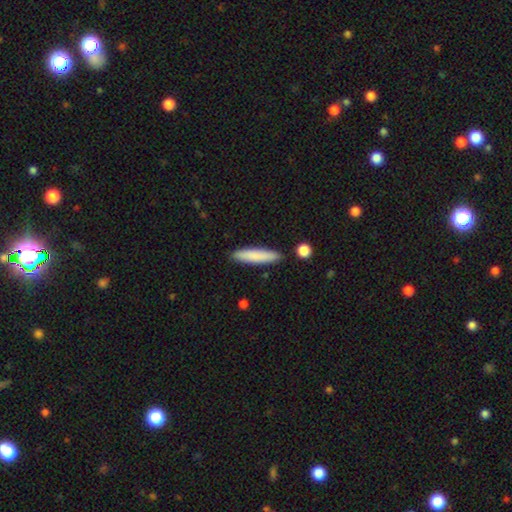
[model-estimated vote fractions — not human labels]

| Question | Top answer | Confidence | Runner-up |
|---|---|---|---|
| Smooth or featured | smooth | 82% | featured or disk (13%) |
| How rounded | cigar-shaped | 86% | in between (12%) |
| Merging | none | 88% | minor disturbance (8%) |